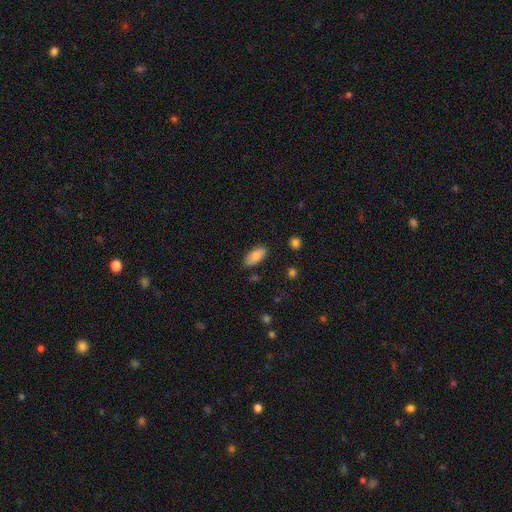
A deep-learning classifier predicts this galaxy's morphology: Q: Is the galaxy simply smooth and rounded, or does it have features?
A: smooth — 81%.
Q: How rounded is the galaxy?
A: in between — 92%.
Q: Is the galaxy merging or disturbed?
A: none — 83%.